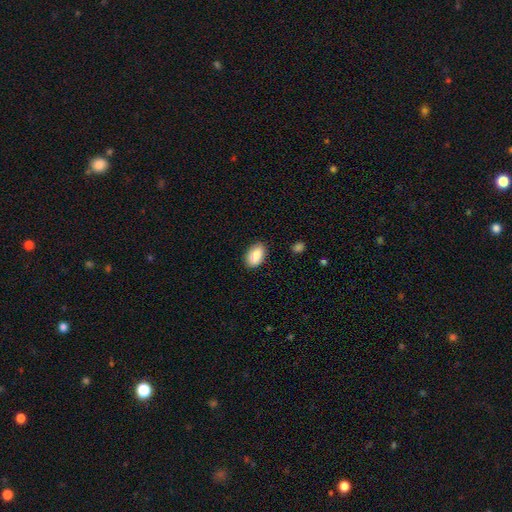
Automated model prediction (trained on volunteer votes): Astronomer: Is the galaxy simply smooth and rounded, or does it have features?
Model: smooth — 89%.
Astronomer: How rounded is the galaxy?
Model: in between — 93%.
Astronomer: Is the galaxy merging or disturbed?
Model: none — 85%.